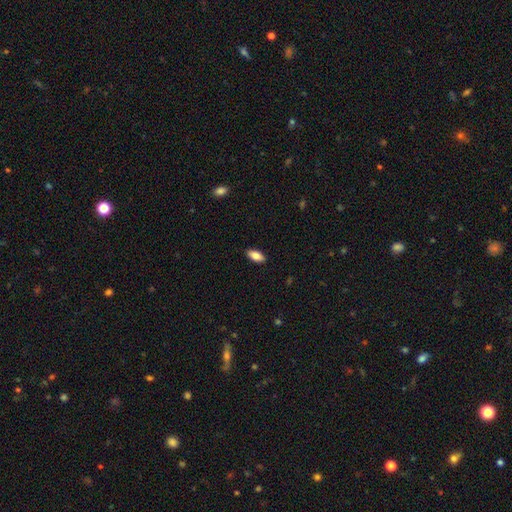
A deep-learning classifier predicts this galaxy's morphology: Overall: smooth (84%). How rounded: in between (90%). Merging: none (89%).